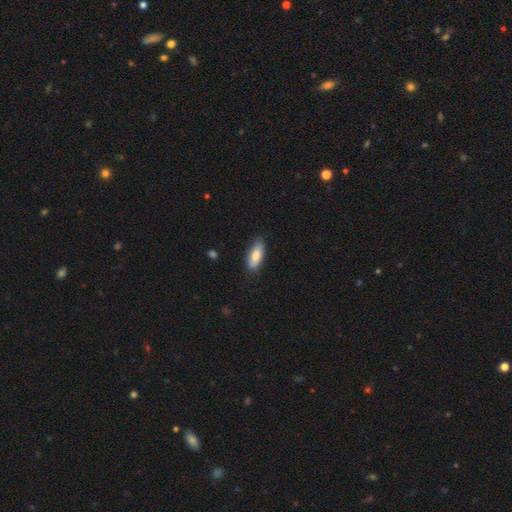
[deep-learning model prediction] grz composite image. It shows a smooth galaxy with no disk features (78%) that is in between round and cigar-shaped (71%). Merging: none (81%).